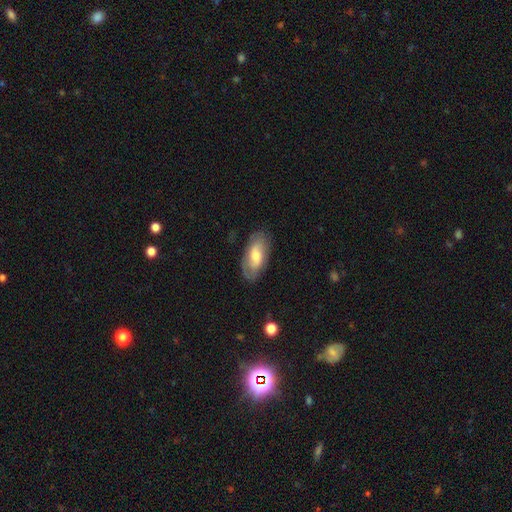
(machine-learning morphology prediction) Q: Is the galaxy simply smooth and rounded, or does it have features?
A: smooth — 52%.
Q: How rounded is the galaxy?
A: in between — 88%.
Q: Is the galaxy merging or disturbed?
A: none — 79%.